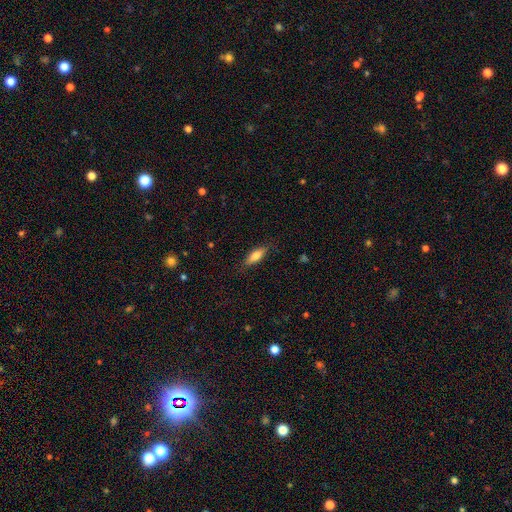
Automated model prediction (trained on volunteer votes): Smooth or featured: smooth — 74% (featured or disk — 20%)
How rounded: in between — 58% (cigar-shaped — 40%)
Merging: none — 82% (minor disturbance — 14%)